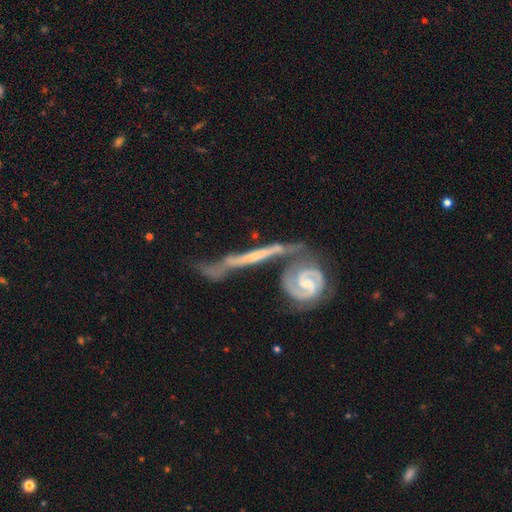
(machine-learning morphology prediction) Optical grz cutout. It shows a featured or disk galaxy (78%). Merging: merger (39%).